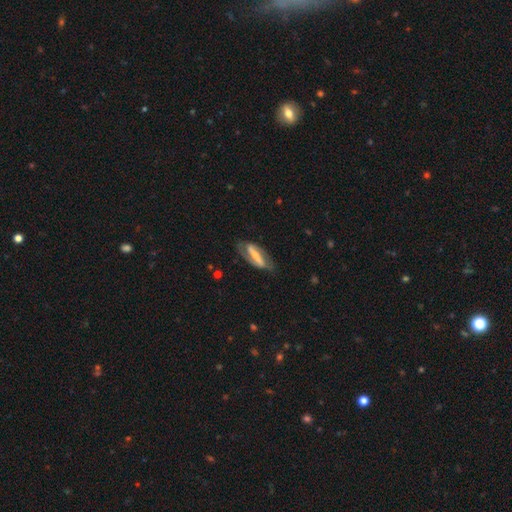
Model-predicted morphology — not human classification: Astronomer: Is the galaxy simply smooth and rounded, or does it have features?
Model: featured or disk — 73%.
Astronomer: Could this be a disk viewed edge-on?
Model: no — 85%.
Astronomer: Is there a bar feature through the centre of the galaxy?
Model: strong — 74%.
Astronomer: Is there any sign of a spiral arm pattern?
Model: yes — 79%.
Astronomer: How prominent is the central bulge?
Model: small — 53% (runner-up: moderate, 33%).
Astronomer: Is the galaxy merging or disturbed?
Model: none — 70%.